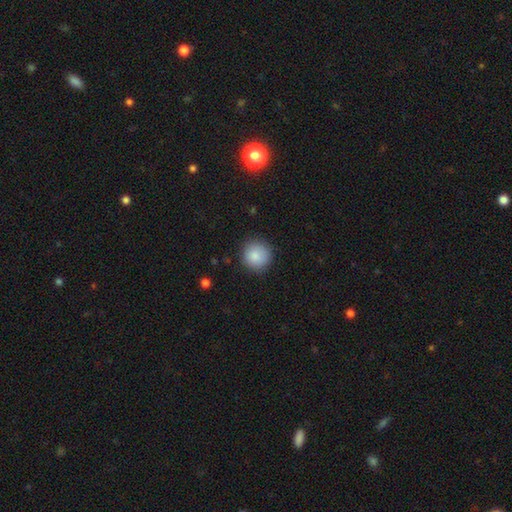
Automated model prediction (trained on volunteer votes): The model was most divided on "merging": none: 87%, minor disturbance: 9%, major disturbance: 2%, merger: 1%. More confident: how rounded — round (94%); smooth or featured — smooth (87%).